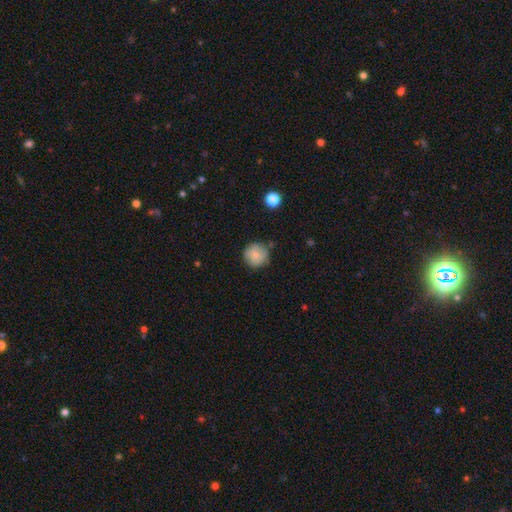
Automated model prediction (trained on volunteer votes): Overall: smooth (77%). How rounded: round (93%). Merging: none (78%).